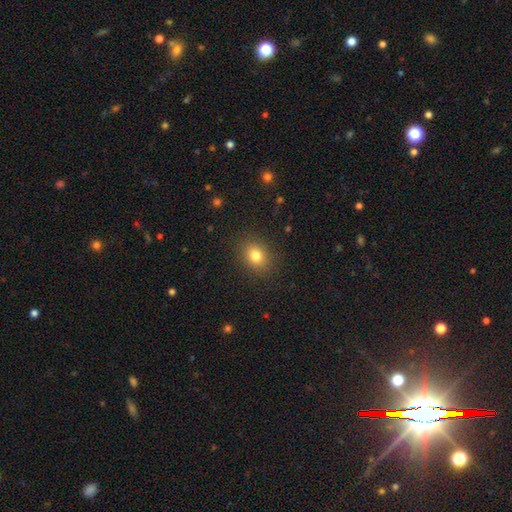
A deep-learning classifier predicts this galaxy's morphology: This is clearly a smooth galaxy (81%). How rounded: possibly round (52%). Merging: clearly none (88%).